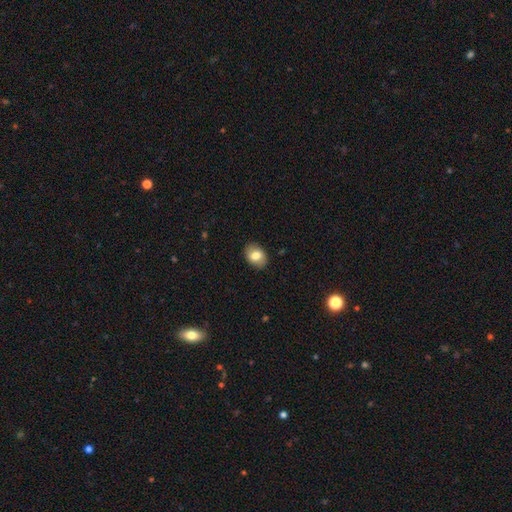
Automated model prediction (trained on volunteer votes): Smooth or featured: smooth — 78% (featured or disk — 14%)
How rounded: in between — 73% (round — 26%)
Merging: none — 87% (minor disturbance — 10%)